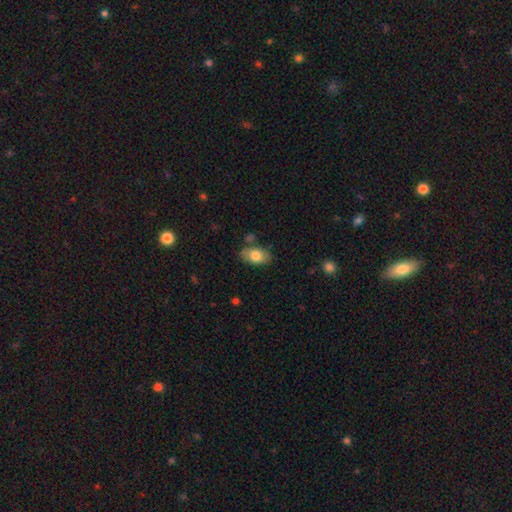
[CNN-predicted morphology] Smooth or featured?
  - smooth: 77% *
  - featured or disk: 16%
  - star or artifact: 7%
How rounded?
  - in between: 91% *
  - round: 7%
  - cigar-shaped: 2%
Merging?
  - none: 76% *
  - minor disturbance: 16%
  - merger: 5%
  - major disturbance: 3%